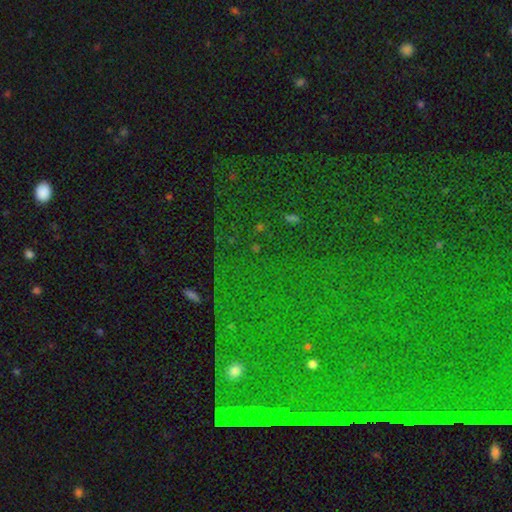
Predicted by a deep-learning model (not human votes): Smooth or featured? Predicted: star or artifact (p=0.82).